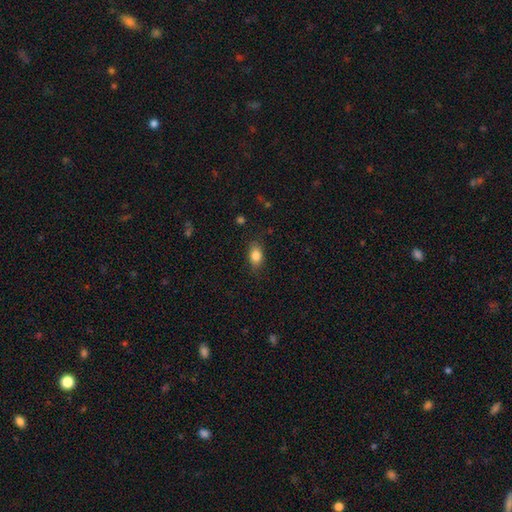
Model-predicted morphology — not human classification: Smooth or featured?
  - smooth: 83% *
  - featured or disk: 9%
  - star or artifact: 9%
How rounded?
  - in between: 82% *
  - round: 14%
  - cigar-shaped: 4%
Merging?
  - none: 80% *
  - minor disturbance: 15%
  - major disturbance: 3%
  - merger: 1%